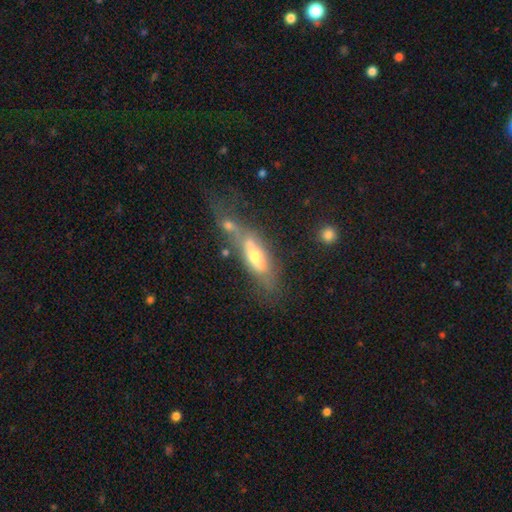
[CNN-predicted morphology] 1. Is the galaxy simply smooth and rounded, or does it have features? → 52% featured or disk, 39% smooth, 9% star or artifact.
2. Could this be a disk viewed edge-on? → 53% no, 47% yes.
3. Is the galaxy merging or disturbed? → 31% none, 30% merger, 20% major disturbance, 19% minor disturbance.